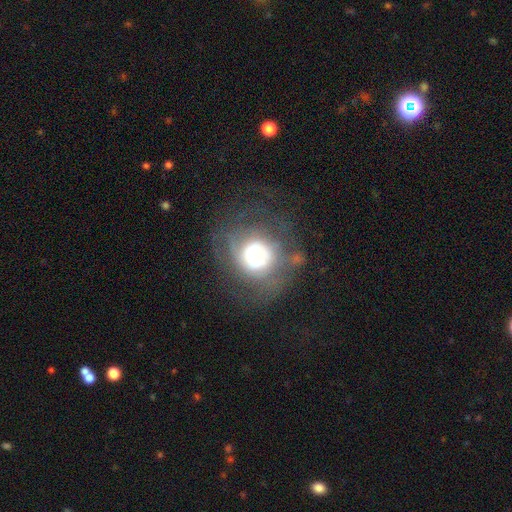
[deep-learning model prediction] smooth-or-featured: featured or disk: 50% | smooth: 38% | star or artifact: 12%
  disk-edge-on: no: 95% | yes: 5%
  merging: none: 55% | major disturbance: 23% | minor disturbance: 18% | merger: 3%